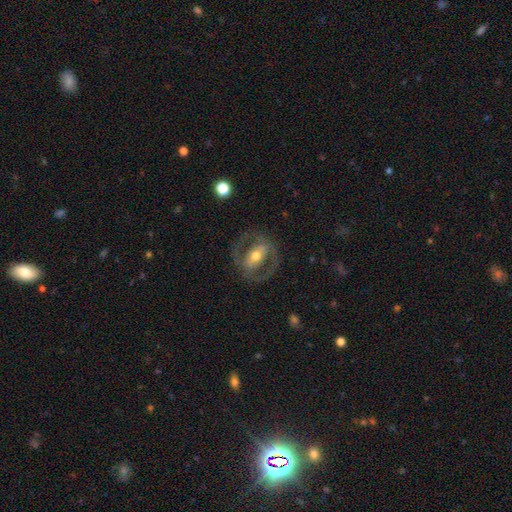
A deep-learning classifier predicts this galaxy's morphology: Smooth or featured: featured or disk — 73% (smooth — 21%)
Edge-on disk: no — 92% (yes — 8%)
Bar: strong — 45% (no — 29%)
Spiral arms: no — 58% (yes — 42%)
Bulge size: moderate — 66% (small — 24%)
Merging: none — 74% (minor disturbance — 12%)